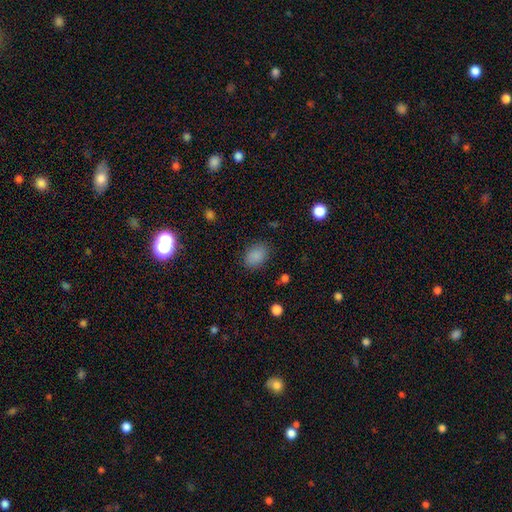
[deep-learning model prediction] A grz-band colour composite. It shows a smooth galaxy with no disk features (87%) that is in between round and cigar-shaped (75%). Merging: none (85%).